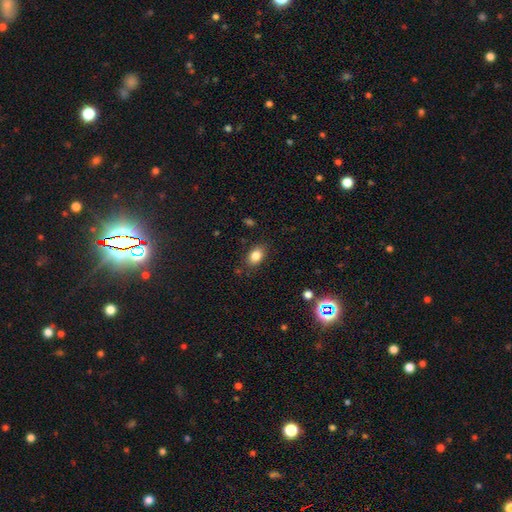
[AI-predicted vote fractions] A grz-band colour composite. It shows a smooth galaxy with no disk features (83%) that is in between round and cigar-shaped (81%). Merging: none (84%).